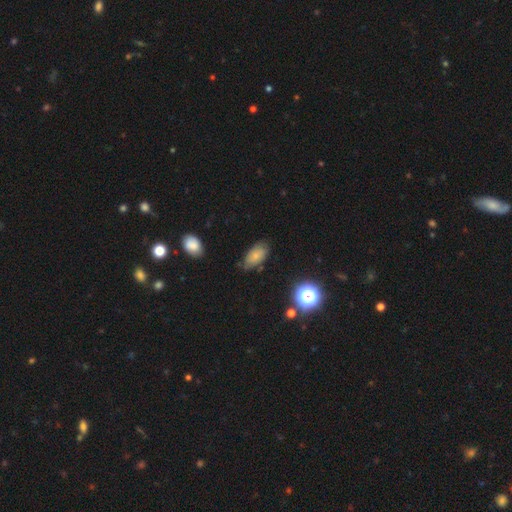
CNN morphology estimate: The model was most divided on "merging": none: 67%, minor disturbance: 26%, major disturbance: 5%, merger: 2%. More confident: how rounded — in between (92%); smooth or featured — smooth (73%).